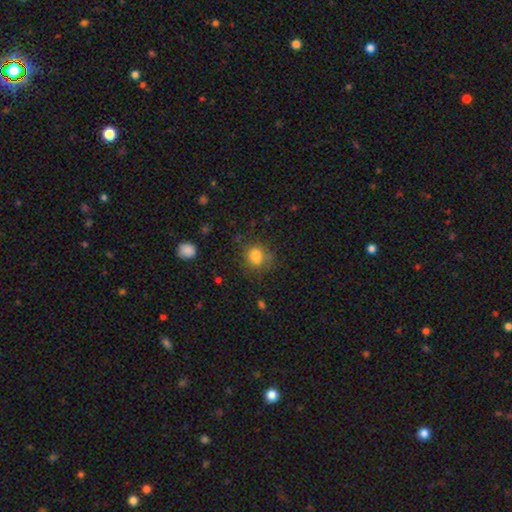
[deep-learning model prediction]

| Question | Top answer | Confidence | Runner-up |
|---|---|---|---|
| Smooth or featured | smooth | 79% | star or artifact (12%) |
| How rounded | round | 72% | in between (27%) |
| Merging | none | 66% | minor disturbance (20%) |